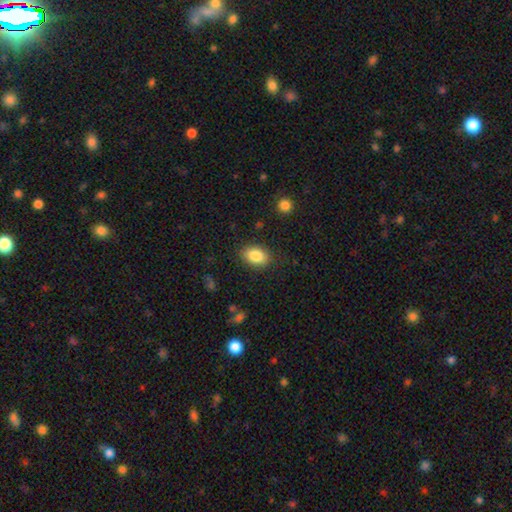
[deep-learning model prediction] This is clearly a smooth galaxy (86%). How rounded: clearly in between (84%). Merging: clearly none (85%).